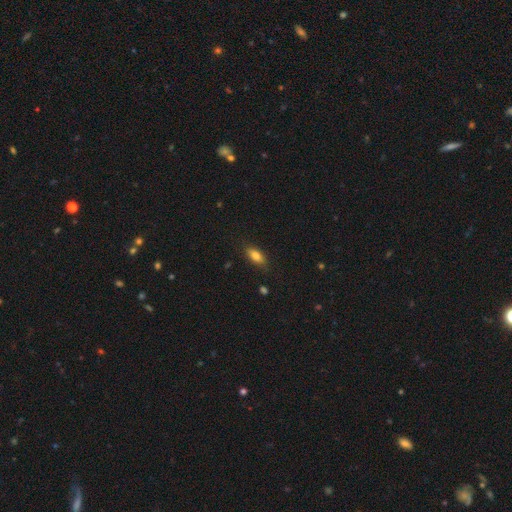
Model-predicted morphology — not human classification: A smooth galaxy with no disk features (81%) that is in between round and cigar-shaped (83%).

Vote fractions:
- Smooth or featured? smooth: 81% / featured or disk: 11% / star or artifact: 8%
- How rounded? in between: 83% / cigar-shaped: 13% / round: 4%
- Merging? none: 83% / minor disturbance: 13% / major disturbance: 3% / merger: 1%